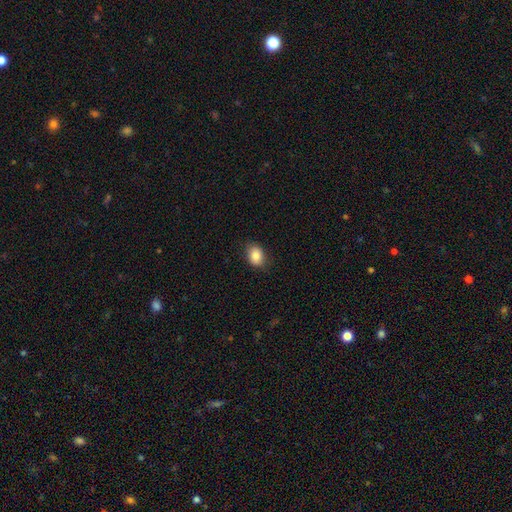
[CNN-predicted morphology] The model was most divided on "how rounded": in between: 72%, round: 27%, cigar-shaped: 1%. More confident: smooth or featured — smooth (85%); merging — none (84%).